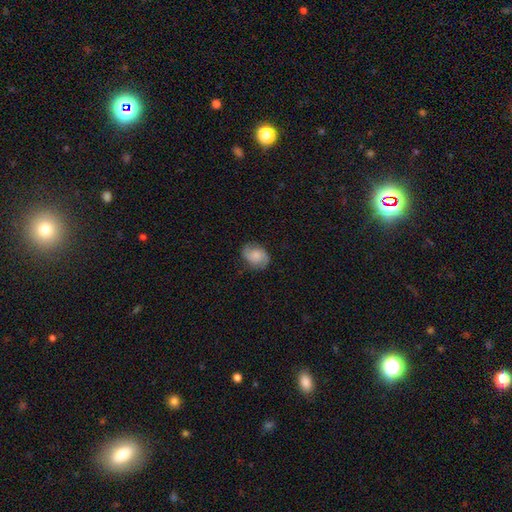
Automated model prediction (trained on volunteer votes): This is possibly a featured or disk galaxy (51%). It is clearly not viewed edge-on (97%). Merging: likely none (77%).